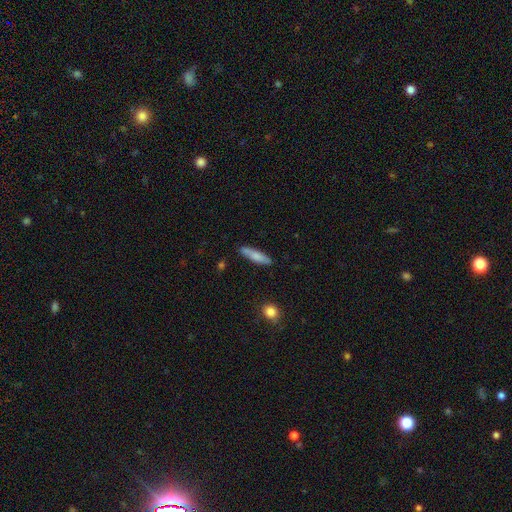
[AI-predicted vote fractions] This appears to be a smooth galaxy with no disk features (77%) that is cigar-shaped (77%). Merging: none (84%).